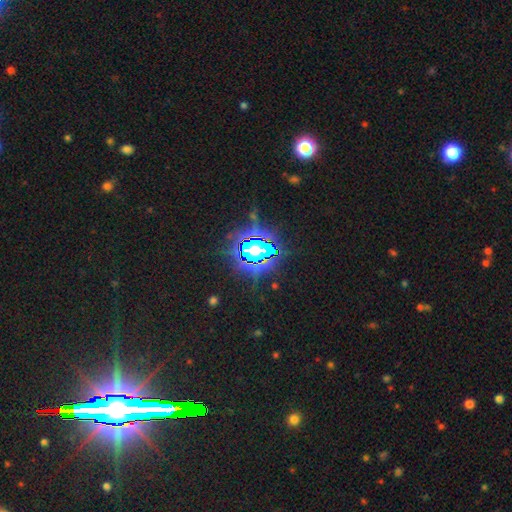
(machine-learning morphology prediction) This is likely a star or artifact rather than a galaxy (79%).